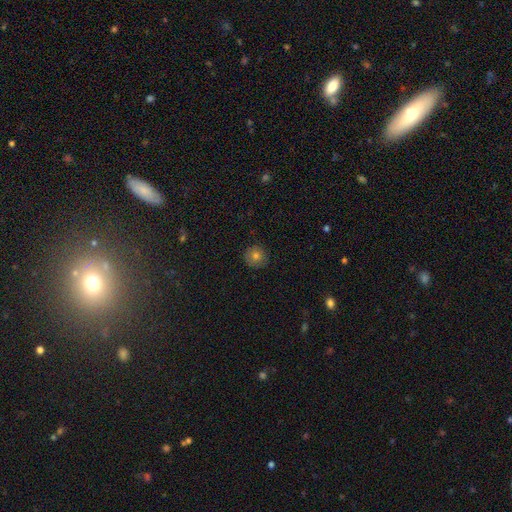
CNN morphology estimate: This is likely a smooth galaxy (75%). How rounded: clearly round (94%). Merging: clearly none (88%).